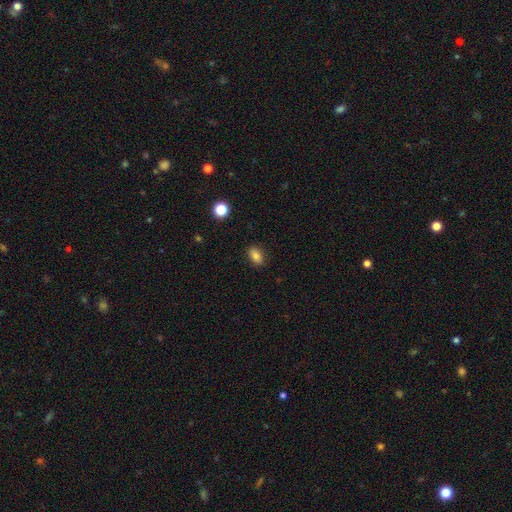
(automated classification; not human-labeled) Smooth or featured?
  - smooth: 83% *
  - star or artifact: 10%
  - featured or disk: 7%
How rounded?
  - in between: 85% *
  - round: 12%
  - cigar-shaped: 3%
Merging?
  - none: 87% *
  - minor disturbance: 9%
  - major disturbance: 2%
  - merger: 1%